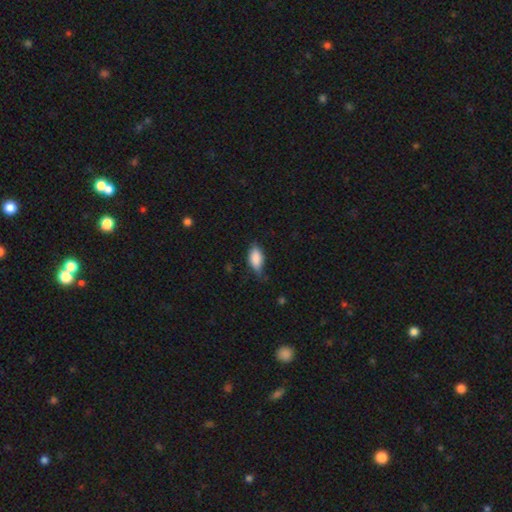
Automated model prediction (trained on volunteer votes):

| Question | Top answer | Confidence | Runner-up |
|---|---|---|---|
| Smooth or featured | smooth | 84% | featured or disk (9%) |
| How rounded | in between | 90% | cigar-shaped (7%) |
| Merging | none | 51% | minor disturbance (38%) |